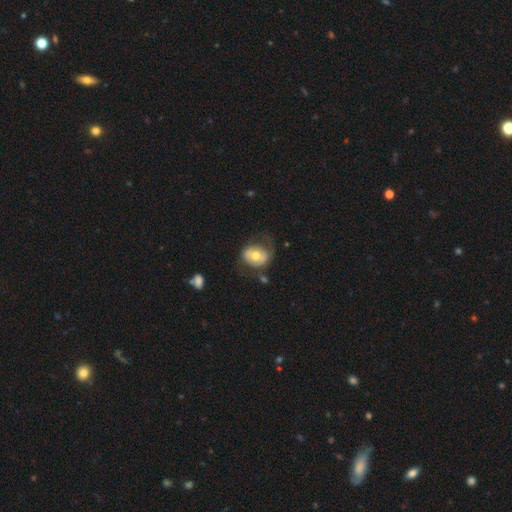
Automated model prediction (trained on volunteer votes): Q: Smooth or featured?
A: smooth (52%); runner-up: featured or disk (42%)
Q: How rounded?
A: in between (52%); runner-up: round (47%)
Q: Merging?
A: none (52%); runner-up: minor disturbance (23%)